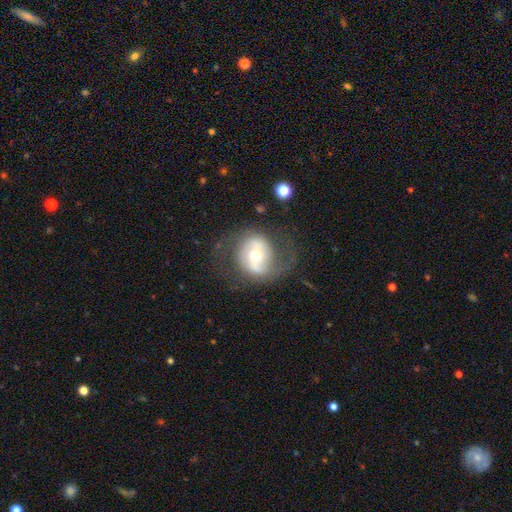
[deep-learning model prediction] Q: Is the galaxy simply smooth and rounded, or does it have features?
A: featured or disk — 67%.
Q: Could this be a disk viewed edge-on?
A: no — 96%.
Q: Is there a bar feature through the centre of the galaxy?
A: no — 44%.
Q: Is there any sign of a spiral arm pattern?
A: yes — 75%.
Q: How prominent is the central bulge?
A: moderate — 67%.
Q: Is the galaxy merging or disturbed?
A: none — 59%.